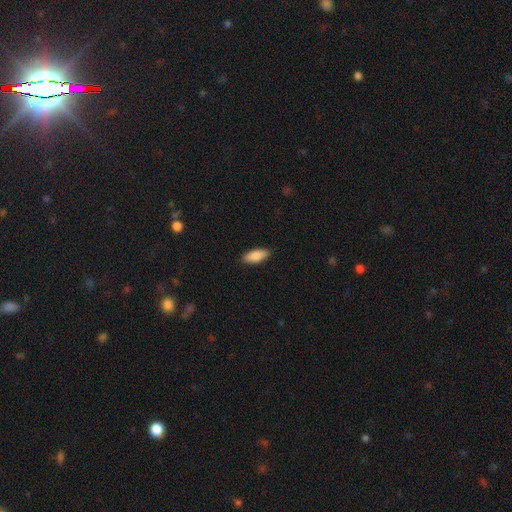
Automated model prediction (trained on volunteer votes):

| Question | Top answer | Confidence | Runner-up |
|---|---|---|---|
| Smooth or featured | smooth | 88% | featured or disk (6%) |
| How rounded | in between | 83% | cigar-shaped (16%) |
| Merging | none | 88% | minor disturbance (9%) |